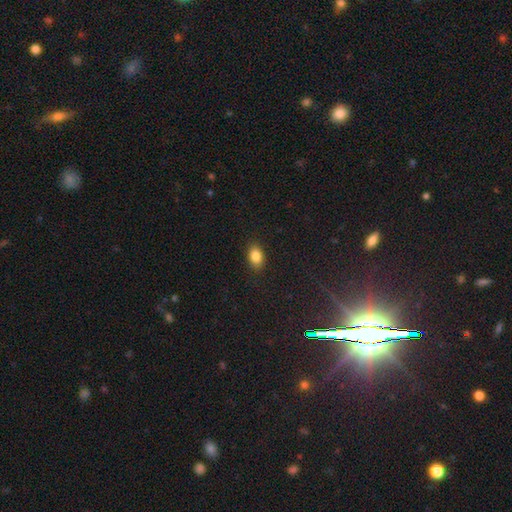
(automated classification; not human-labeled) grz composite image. It shows a smooth galaxy with no disk features (85%) that is in between round and cigar-shaped (82%). Merging: none (87%).